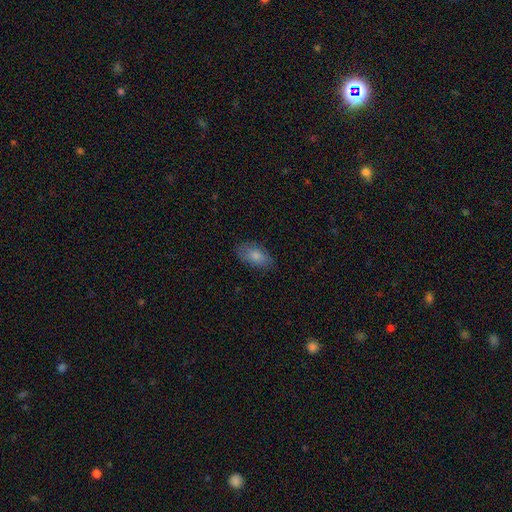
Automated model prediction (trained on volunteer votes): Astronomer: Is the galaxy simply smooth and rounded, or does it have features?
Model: smooth — 83%.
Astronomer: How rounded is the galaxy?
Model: in between — 92%.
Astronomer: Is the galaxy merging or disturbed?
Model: none — 81%.